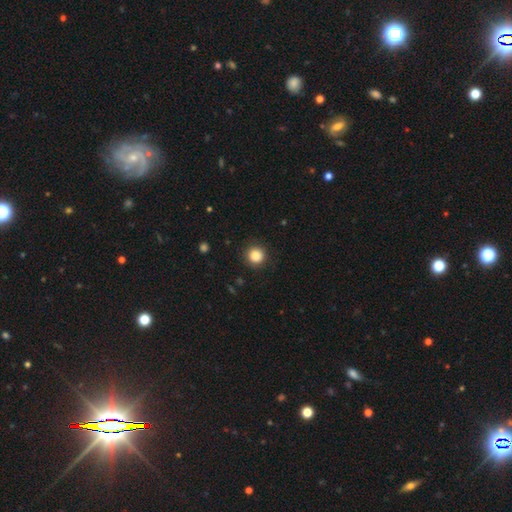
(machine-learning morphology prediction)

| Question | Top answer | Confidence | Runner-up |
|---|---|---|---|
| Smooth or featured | smooth | 86% | star or artifact (10%) |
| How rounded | round | 94% | in between (5%) |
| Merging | none | 89% | minor disturbance (7%) |